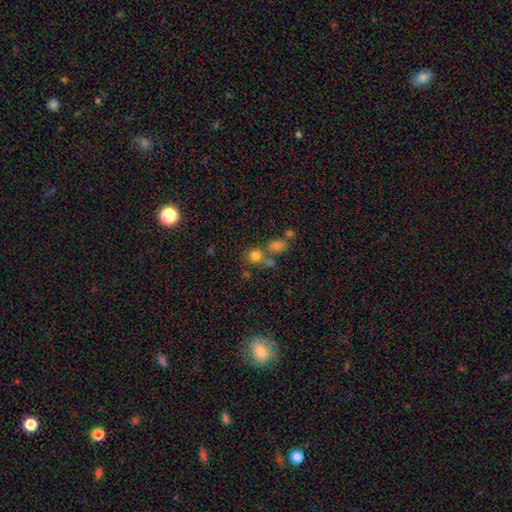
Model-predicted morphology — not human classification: Smooth or featured: smooth — 76% (star or artifact — 14%)
How rounded: round — 78% (in between — 20%)
Merging: none — 47% (merger — 37%)